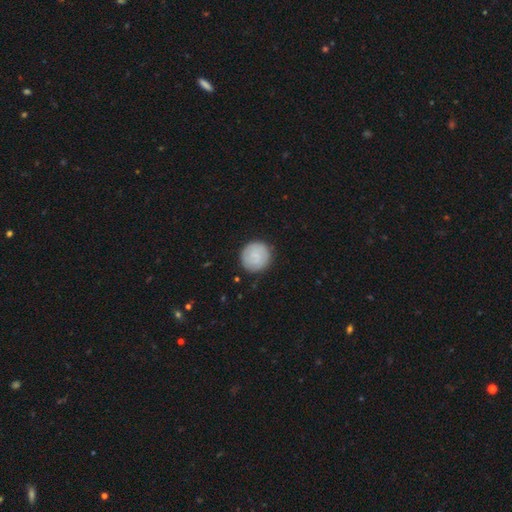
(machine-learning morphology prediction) smooth 78%, featured or disk 15%, star or artifact 6%. Down the decision tree: how rounded — round (95%); merging — none (89%).